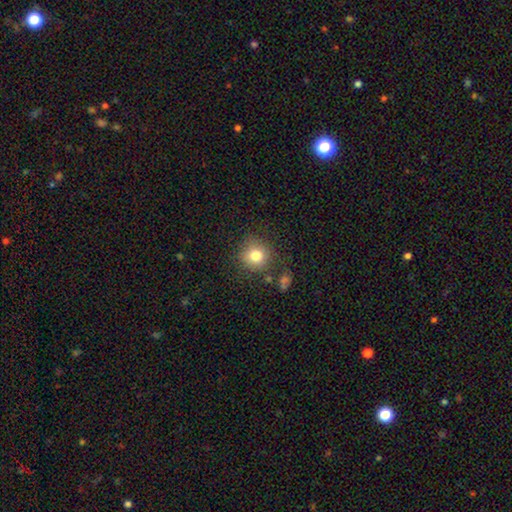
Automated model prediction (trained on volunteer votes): This is likely a smooth galaxy (79%). How rounded: clearly round (90%). Merging: likely none (80%).